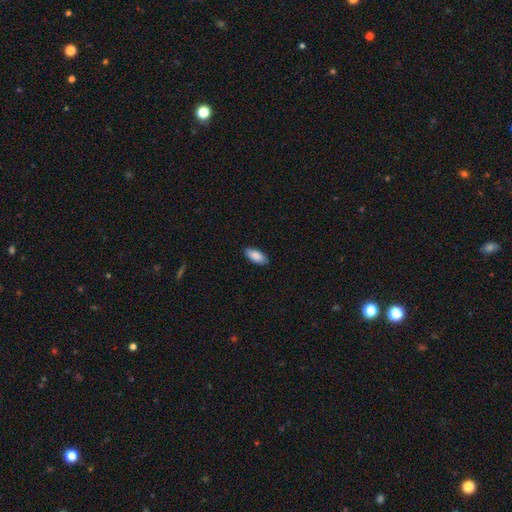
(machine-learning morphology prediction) smooth-or-featured: smooth: 88% | featured or disk: 6% | star or artifact: 6%
  how-rounded: in between: 88% | cigar-shaped: 10% | round: 2%
  merging: none: 86% | minor disturbance: 11% | major disturbance: 2% | merger: 1%